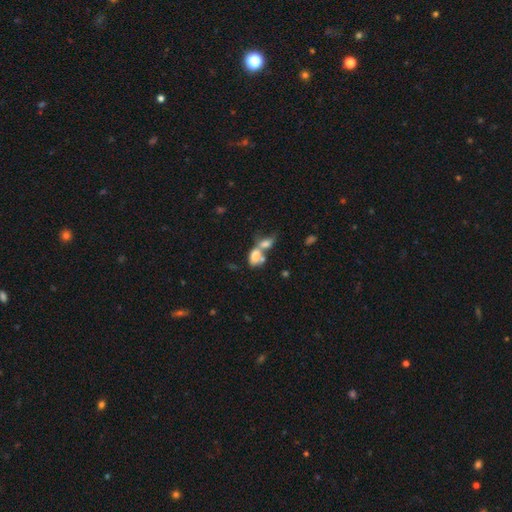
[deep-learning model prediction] This is likely a smooth galaxy (70%). How rounded: clearly in between (83%). Merging: likely merger (67%).